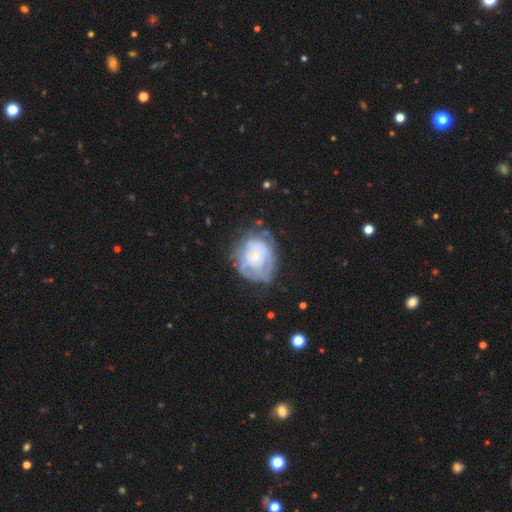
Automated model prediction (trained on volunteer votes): Smooth or featured: featured or disk — 63% (smooth — 29%)
Edge-on disk: no — 97% (yes — 3%)
Bar: no — 85% (weak — 12%)
Spiral arms: yes — 54% (no — 46%)
Bulge size: small — 73% (moderate — 21%)
Merging: none — 52% (minor disturbance — 25%)